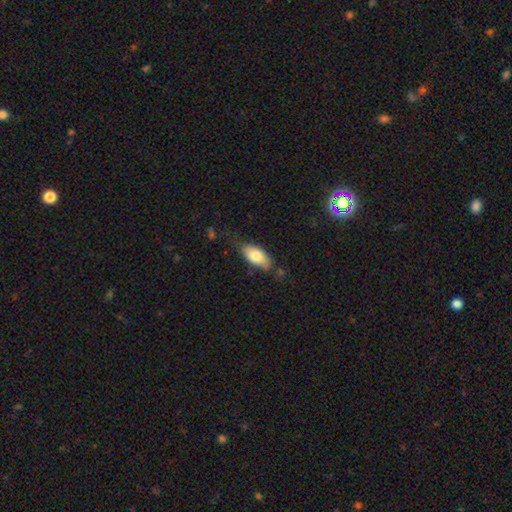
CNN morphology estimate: smooth_or_featured: smooth (p=0.77) [alt: featured or disk p=0.16]
how_rounded: in between (p=0.89) [alt: cigar-shaped p=0.09]
merging: none (p=0.65) [alt: minor disturbance p=0.25]